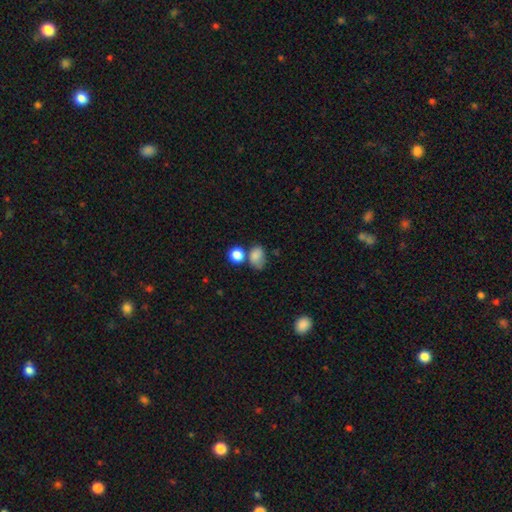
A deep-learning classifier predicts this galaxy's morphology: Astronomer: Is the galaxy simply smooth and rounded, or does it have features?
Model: smooth — 82%.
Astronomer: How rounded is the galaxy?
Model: in between — 70%.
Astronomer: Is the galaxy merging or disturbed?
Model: none — 48%.